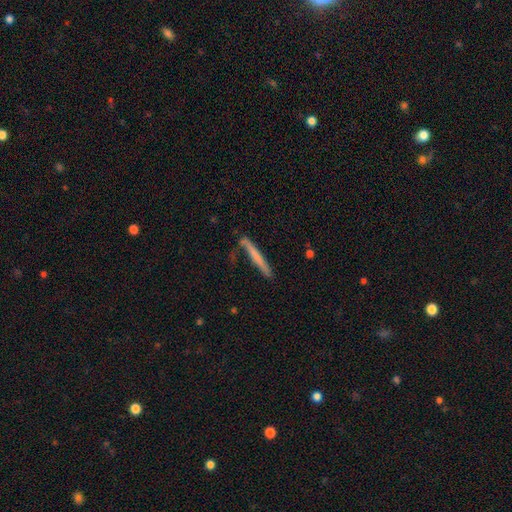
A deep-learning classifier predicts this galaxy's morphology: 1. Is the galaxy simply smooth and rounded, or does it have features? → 58% smooth, 35% featured or disk, 6% star or artifact.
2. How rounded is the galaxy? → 96% cigar-shaped, 2% in between, 1% round.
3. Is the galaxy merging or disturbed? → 72% none, 19% minor disturbance, 5% major disturbance, 4% merger.